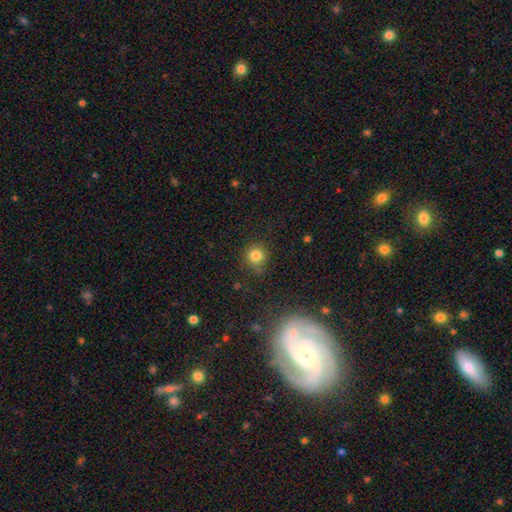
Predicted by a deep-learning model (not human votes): This appears to be a smooth galaxy with no disk features (81%) that is round (91%). Merging: none (81%).